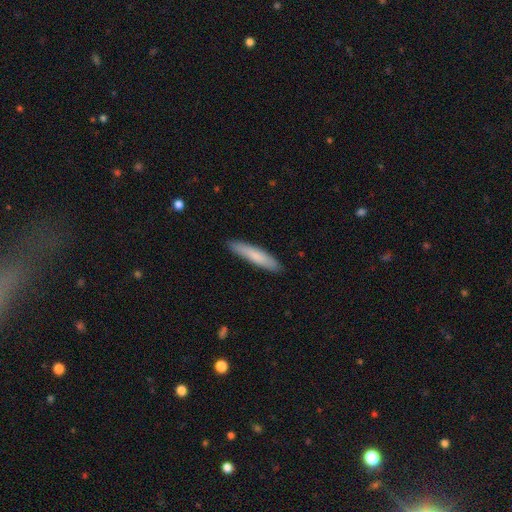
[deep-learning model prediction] A smooth galaxy with no disk features (79%) that is cigar-shaped (87%). Merging: none (89%).